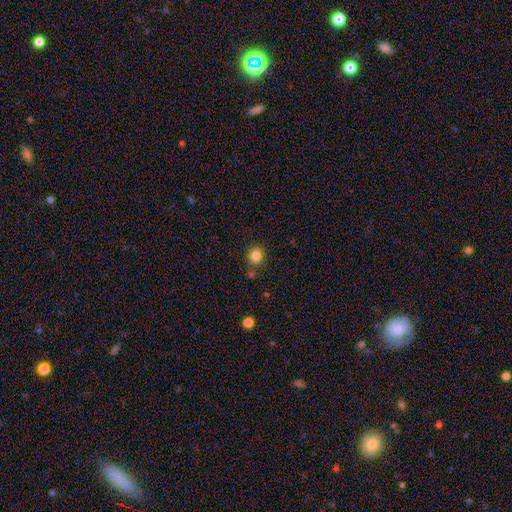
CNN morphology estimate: smooth_or_featured: smooth (p=0.83) [alt: star or artifact p=0.12]
how_rounded: round (p=0.85) [alt: in between p=0.15]
merging: none (p=0.82) [alt: minor disturbance p=0.09]